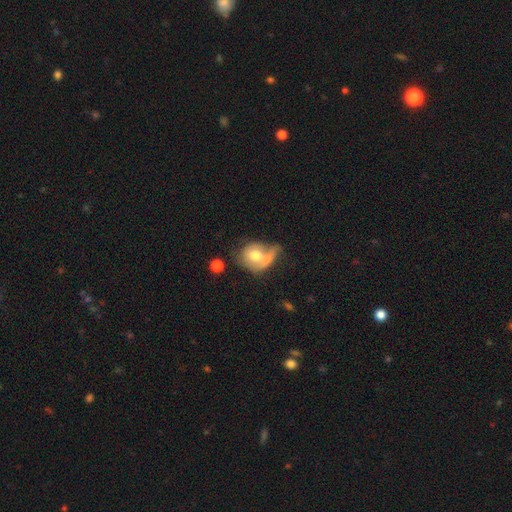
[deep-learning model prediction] A smooth galaxy with no disk features (64%) that is round (61%).

Vote fractions:
- Smooth or featured? smooth: 64% / featured or disk: 29% / star or artifact: 7%
- How rounded? round: 61% / in between: 37% / cigar-shaped: 2%
- Merging? merger: 43% / none: 23% / major disturbance: 17% / minor disturbance: 16%